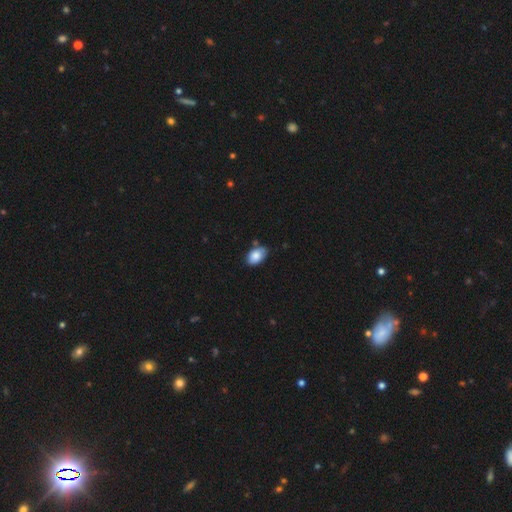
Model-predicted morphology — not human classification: Smooth or featured: smooth — 85% (featured or disk — 8%)
How rounded: in between — 91% (round — 8%)
Merging: none — 66% (minor disturbance — 24%)